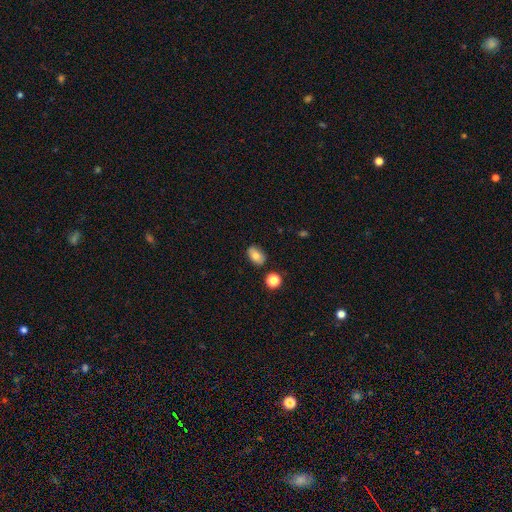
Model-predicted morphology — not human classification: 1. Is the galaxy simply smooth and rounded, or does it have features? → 78% smooth, 13% featured or disk, 9% star or artifact.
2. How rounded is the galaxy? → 84% in between, 14% round, 2% cigar-shaped.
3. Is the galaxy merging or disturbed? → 81% none, 13% minor disturbance, 3% merger, 2% major disturbance.